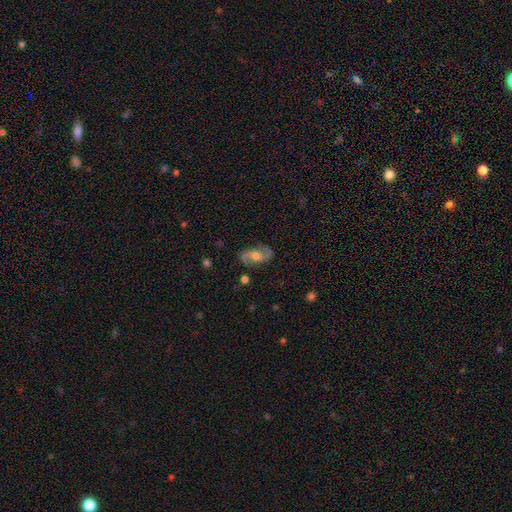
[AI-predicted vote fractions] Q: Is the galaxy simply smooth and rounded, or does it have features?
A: featured or disk — 80%.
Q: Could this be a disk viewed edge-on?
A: no — 95%.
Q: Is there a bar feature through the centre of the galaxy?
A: no — 54%.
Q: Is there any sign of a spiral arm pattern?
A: yes — 93%.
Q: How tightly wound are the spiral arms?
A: medium — 45%.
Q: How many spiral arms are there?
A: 2 — 92%.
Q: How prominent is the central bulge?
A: moderate — 69%.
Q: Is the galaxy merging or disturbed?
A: none — 83%.